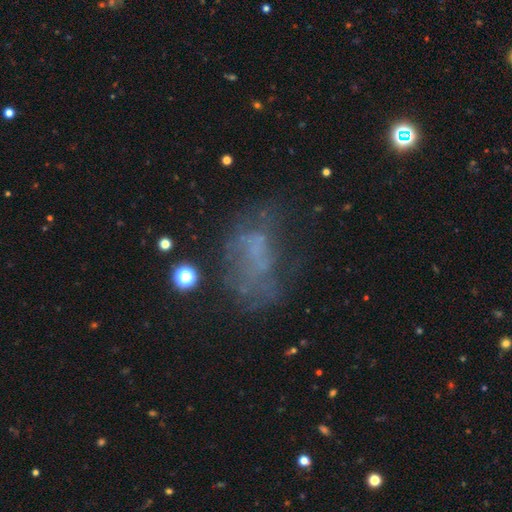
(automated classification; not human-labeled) smooth-or-featured: featured or disk: 40% | smooth: 34% | star or artifact: 25%
  merging: none: 38% | major disturbance: 34% | minor disturbance: 22% | merger: 6%